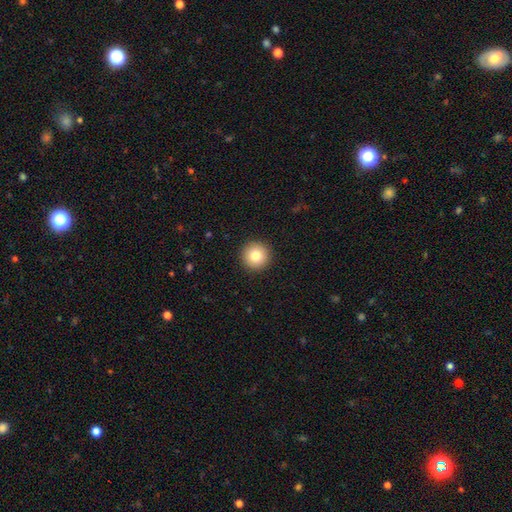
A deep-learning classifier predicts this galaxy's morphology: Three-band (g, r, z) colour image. It shows a smooth galaxy with no disk features (81%) that is round (96%). Merging: none (93%).